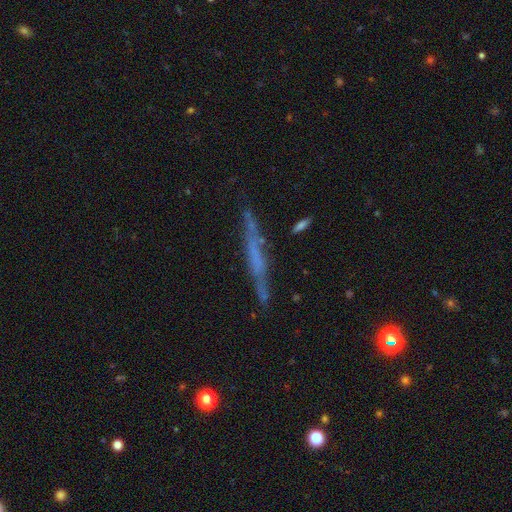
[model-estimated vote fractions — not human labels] The model was most divided on "smooth or featured": featured or disk: 57%, smooth: 34%, star or artifact: 9%. More confident: edge-on disk — yes (91%); merging — none (77%); edge-on bulge — none (76%).